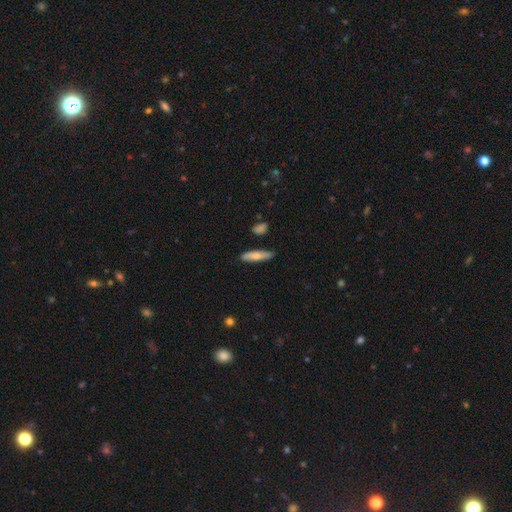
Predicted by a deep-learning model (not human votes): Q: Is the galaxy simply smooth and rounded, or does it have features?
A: smooth — 71%.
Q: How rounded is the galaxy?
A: cigar-shaped — 75%.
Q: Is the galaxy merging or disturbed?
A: none — 83%.